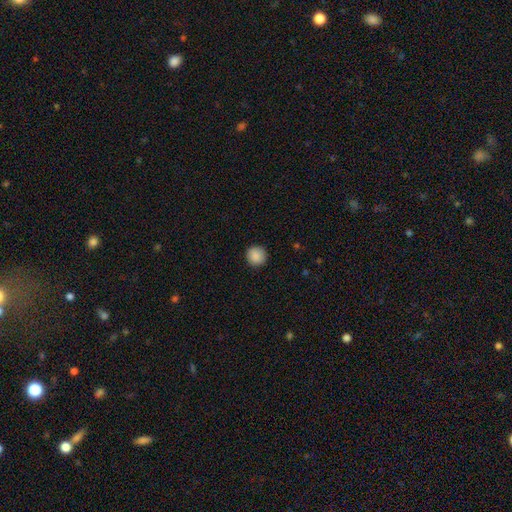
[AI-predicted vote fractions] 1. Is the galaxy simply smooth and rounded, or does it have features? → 89% smooth, 8% star or artifact, 3% featured or disk.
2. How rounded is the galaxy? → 95% round, 4% in between, 1% cigar-shaped.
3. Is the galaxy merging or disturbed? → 92% none, 5% minor disturbance, 2% major disturbance, 1% merger.